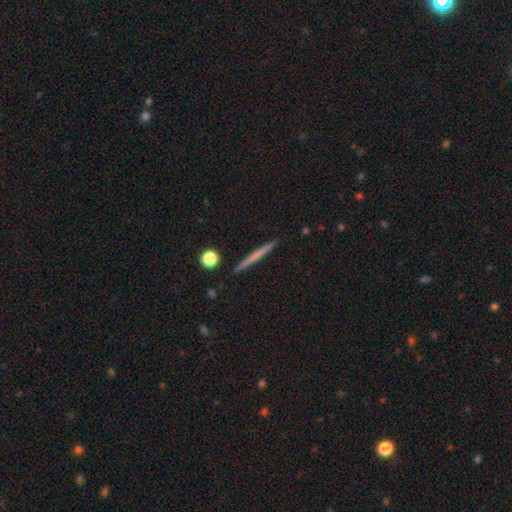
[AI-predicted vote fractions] smooth 52%, featured or disk 42%, star or artifact 6%. Down the decision tree: how rounded — cigar-shaped (96%); merging — none (92%).